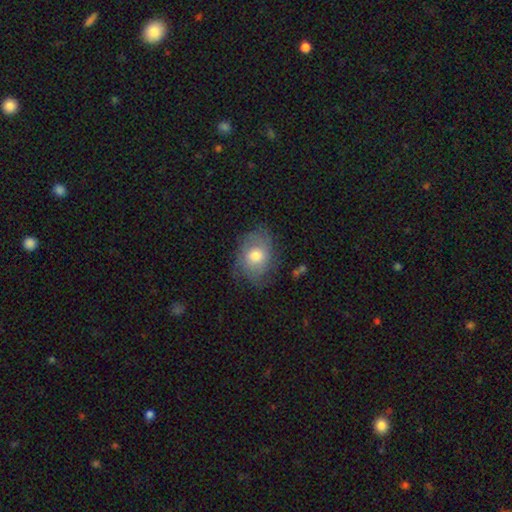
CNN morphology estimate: Overall: smooth (56%; featured or disk 36%). How rounded: in between (63%; round 36%). Merging: none (62%; minor disturbance 25%).